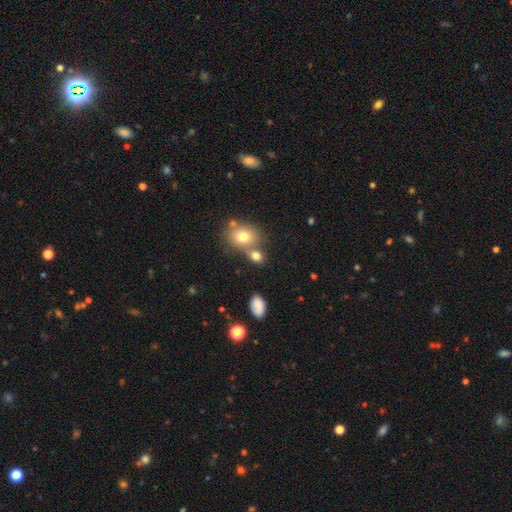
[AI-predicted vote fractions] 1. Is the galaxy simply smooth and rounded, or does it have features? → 77% smooth, 12% star or artifact, 10% featured or disk.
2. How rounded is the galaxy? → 52% in between, 47% round, 2% cigar-shaped.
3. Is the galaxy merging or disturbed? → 53% none, 32% merger, 11% minor disturbance, 4% major disturbance.